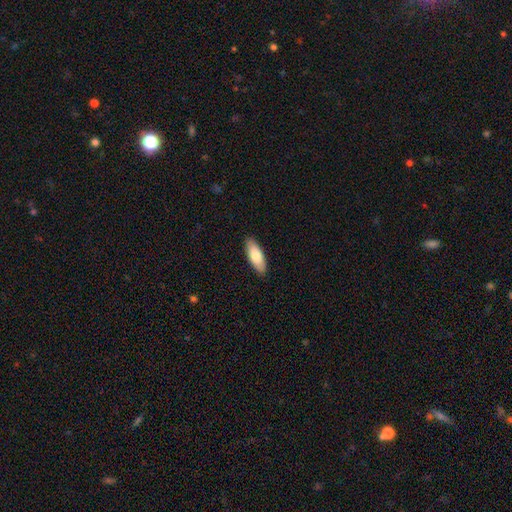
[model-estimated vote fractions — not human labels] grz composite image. It shows a smooth galaxy with no disk features (79%) that is in between round and cigar-shaped (73%). Merging: none (89%).